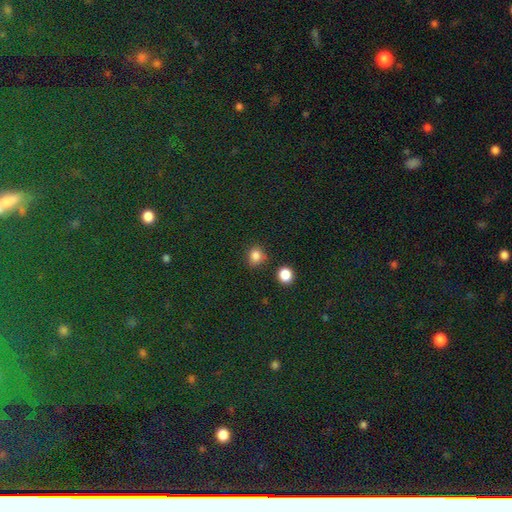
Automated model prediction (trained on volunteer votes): A smooth galaxy with no disk features (83%) that is round (80%).

Vote fractions:
- Smooth or featured? smooth: 83% / star or artifact: 13% / featured or disk: 4%
- How rounded? round: 80% / in between: 19% / cigar-shaped: 1%
- Merging? none: 76% / minor disturbance: 14% / merger: 7% / major disturbance: 4%